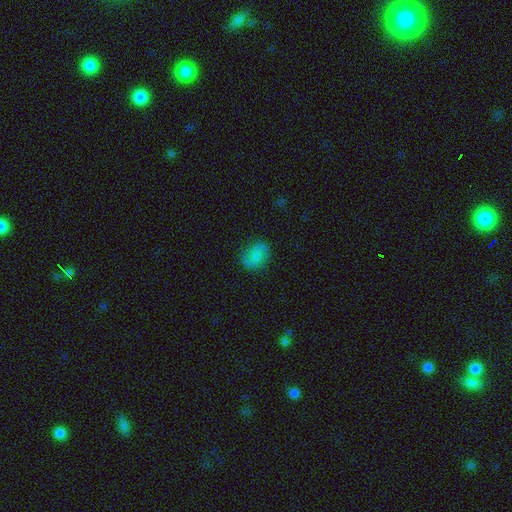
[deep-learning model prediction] A smooth galaxy with no disk features (72%) that is in between round and cigar-shaped (76%). Merging: none (76%).